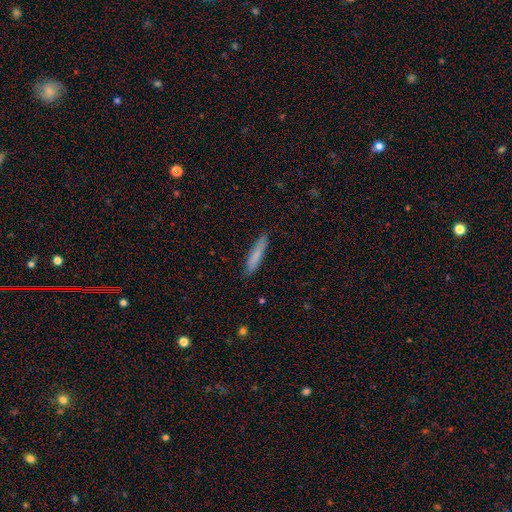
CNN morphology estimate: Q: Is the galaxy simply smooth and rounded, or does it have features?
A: smooth — 79%.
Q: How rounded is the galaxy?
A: cigar-shaped — 90%.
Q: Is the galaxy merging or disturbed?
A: none — 85%.